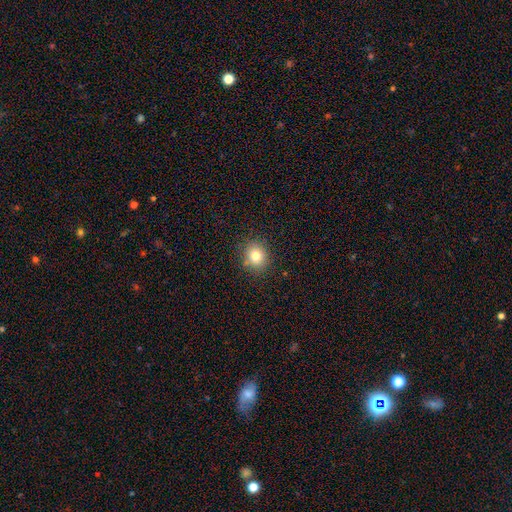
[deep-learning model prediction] A smooth galaxy with no disk features (79%) that is round (80%).

Vote fractions:
- Smooth or featured? smooth: 79% / star or artifact: 13% / featured or disk: 8%
- How rounded? round: 80% / in between: 19% / cigar-shaped: 1%
- Merging? none: 86% / minor disturbance: 9% / major disturbance: 3% / merger: 2%